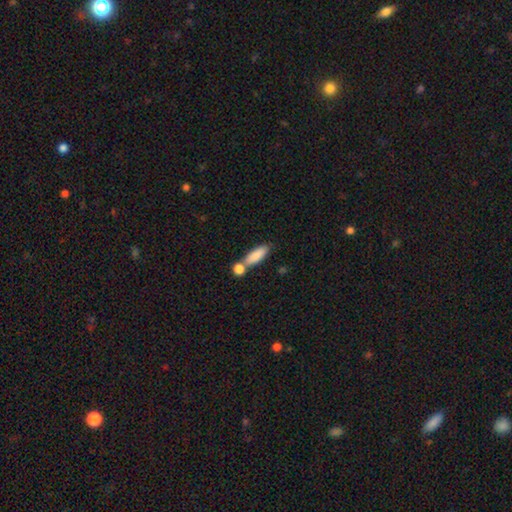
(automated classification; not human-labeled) A smooth galaxy with no disk features (85%) that is in between round and cigar-shaped (63%). Merging: none (52%).